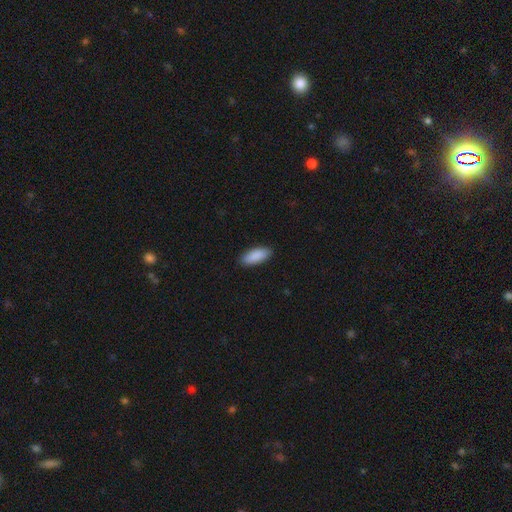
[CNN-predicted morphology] smooth 91%, star or artifact 6%, featured or disk 4%. Down the decision tree: how rounded — in between (82%); merging — none (89%).